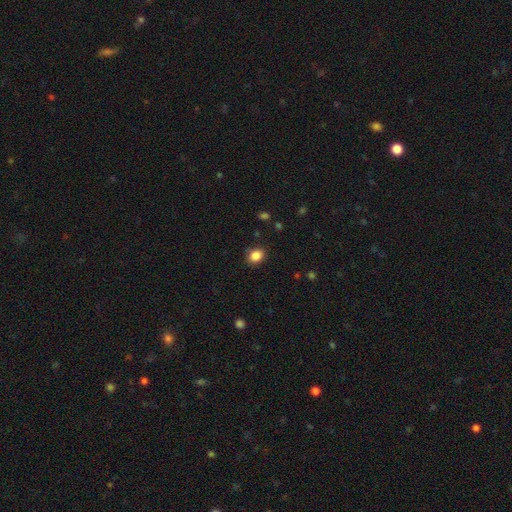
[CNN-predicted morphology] Smooth or featured? smooth (87%)
How rounded? round (51%)
Merging? none (85%)